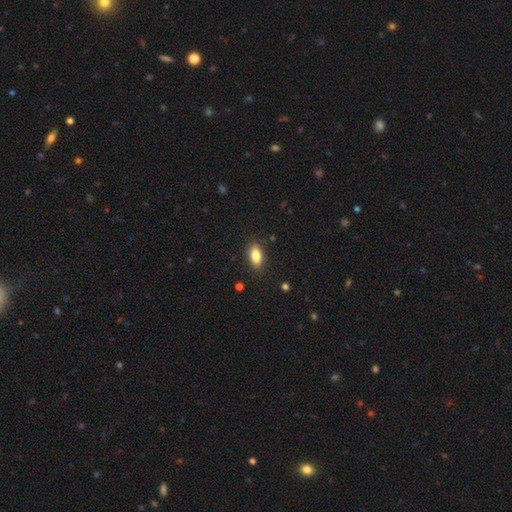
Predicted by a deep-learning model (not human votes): smooth 82%, featured or disk 11%, star or artifact 8%. Down the decision tree: how rounded — in between (87%); merging — none (86%).